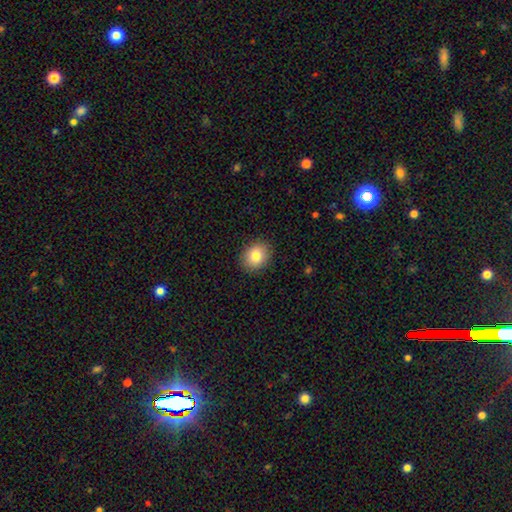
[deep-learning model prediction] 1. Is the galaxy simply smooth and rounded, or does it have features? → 82% smooth, 9% featured or disk, 9% star or artifact.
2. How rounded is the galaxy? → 52% round, 48% in between, 1% cigar-shaped.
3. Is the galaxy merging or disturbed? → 89% none, 8% minor disturbance, 2% major disturbance, 1% merger.